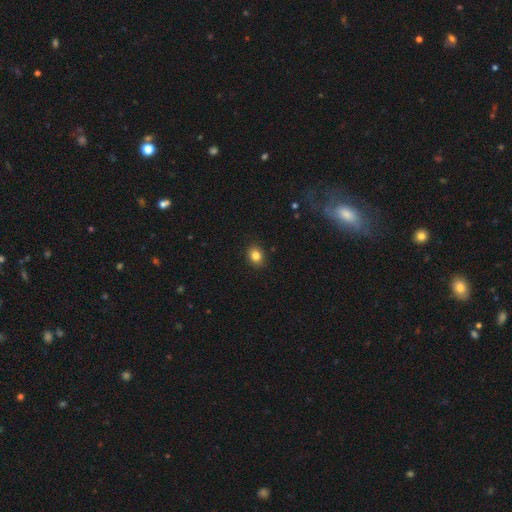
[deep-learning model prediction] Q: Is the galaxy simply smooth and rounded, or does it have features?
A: smooth — 84%.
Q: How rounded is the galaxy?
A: round — 61%.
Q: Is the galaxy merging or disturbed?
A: none — 90%.